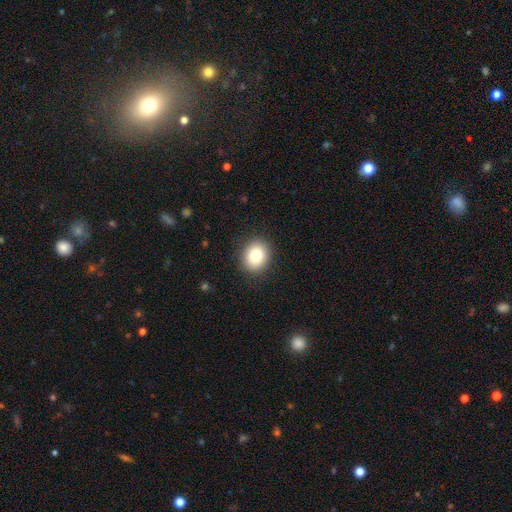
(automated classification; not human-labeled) Smooth or featured? Predicted: smooth (p=0.81). How rounded? Predicted: round (p=0.67). Merging? Predicted: none (p=0.90).